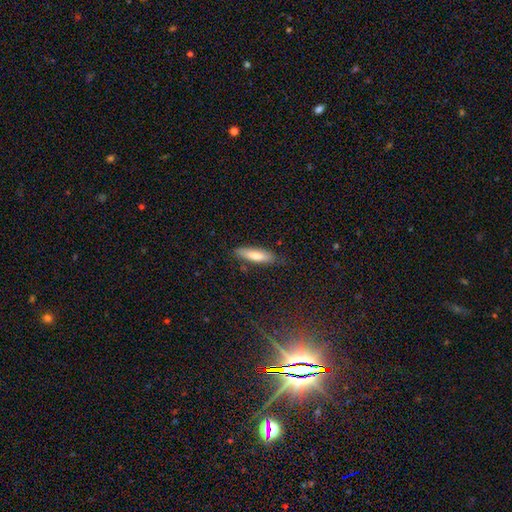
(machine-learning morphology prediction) A smooth galaxy with no disk features (75%) that is cigar-shaped (66%).

Vote fractions:
- Smooth or featured? smooth: 75% / featured or disk: 19% / star or artifact: 6%
- How rounded? cigar-shaped: 66% / in between: 32% / round: 1%
- Merging? none: 81% / minor disturbance: 15% / major disturbance: 3% / merger: 1%